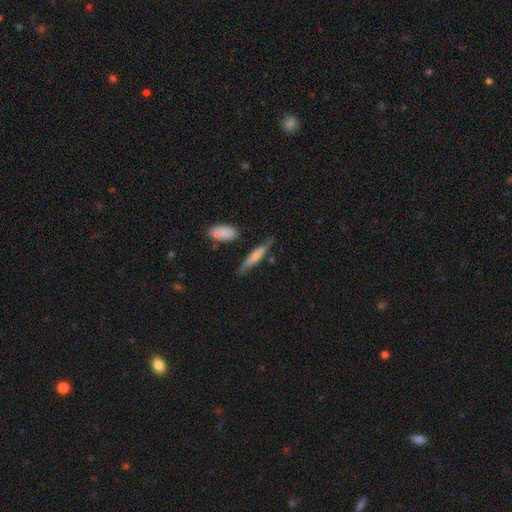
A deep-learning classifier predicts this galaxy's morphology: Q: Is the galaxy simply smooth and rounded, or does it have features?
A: smooth — 61%.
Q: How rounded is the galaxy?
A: cigar-shaped — 84%.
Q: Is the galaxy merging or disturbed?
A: none — 70%.